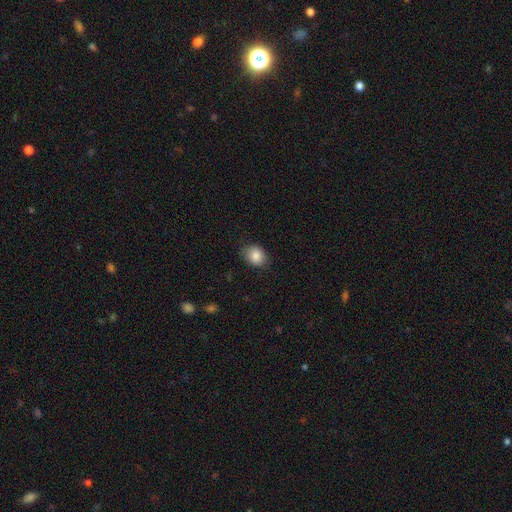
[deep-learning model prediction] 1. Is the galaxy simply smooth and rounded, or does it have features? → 86% smooth, 9% star or artifact, 6% featured or disk.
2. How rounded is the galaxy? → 51% in between, 48% round, 1% cigar-shaped.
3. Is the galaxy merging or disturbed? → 80% none, 16% minor disturbance, 3% major disturbance, 1% merger.